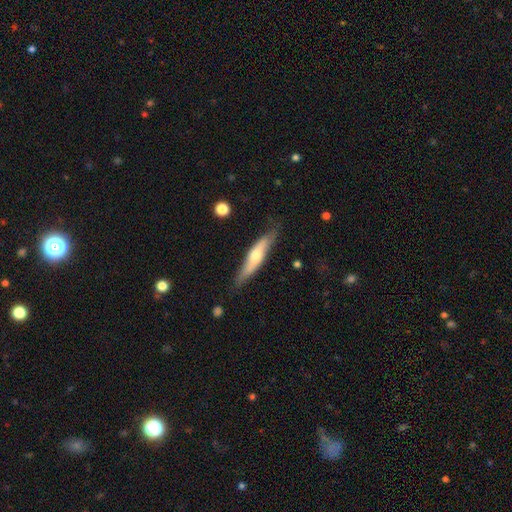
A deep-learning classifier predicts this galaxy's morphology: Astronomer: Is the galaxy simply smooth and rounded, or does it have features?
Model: smooth — 48% (runner-up: featured or disk, 46%).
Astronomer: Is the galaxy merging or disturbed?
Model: none — 77%.